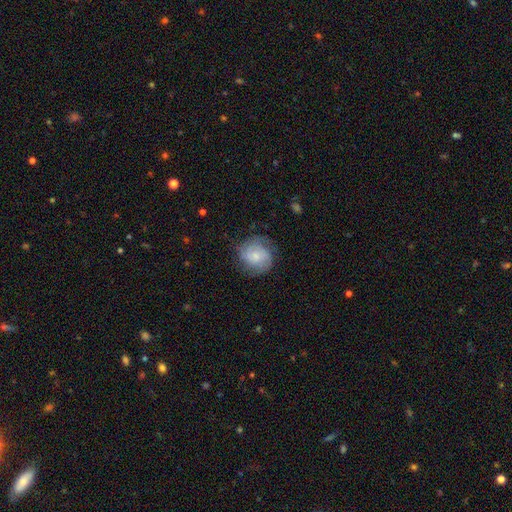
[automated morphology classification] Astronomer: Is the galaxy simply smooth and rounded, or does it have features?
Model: featured or disk — 57% (runner-up: smooth, 36%).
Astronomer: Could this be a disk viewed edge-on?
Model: no — 98%.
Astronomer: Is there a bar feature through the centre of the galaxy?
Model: no — 67%.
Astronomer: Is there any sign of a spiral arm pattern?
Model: yes — 89%.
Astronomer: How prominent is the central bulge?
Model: small — 54%.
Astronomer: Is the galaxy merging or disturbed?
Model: none — 70%.